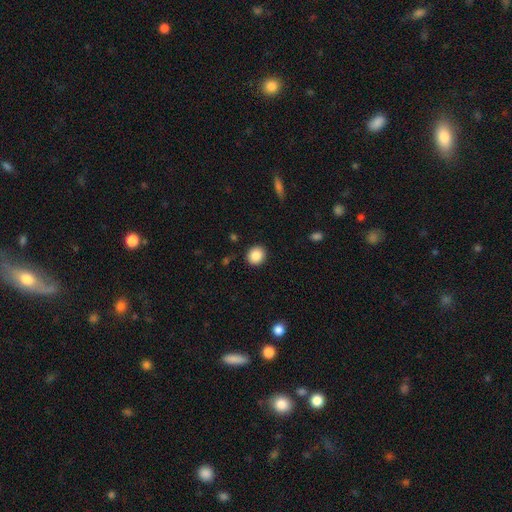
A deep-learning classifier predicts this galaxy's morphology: Smooth or featured: smooth — 87% (star or artifact — 9%)
How rounded: round — 83% (in between — 16%)
Merging: none — 91% (minor disturbance — 6%)